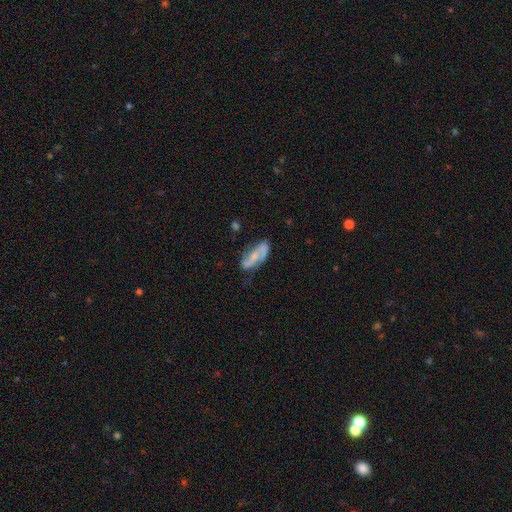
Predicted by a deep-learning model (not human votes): A featured or disk galaxy (63%) with no bar (42%), spiral arms (85%) and a small central bulge (53%). Merging: none (63%).